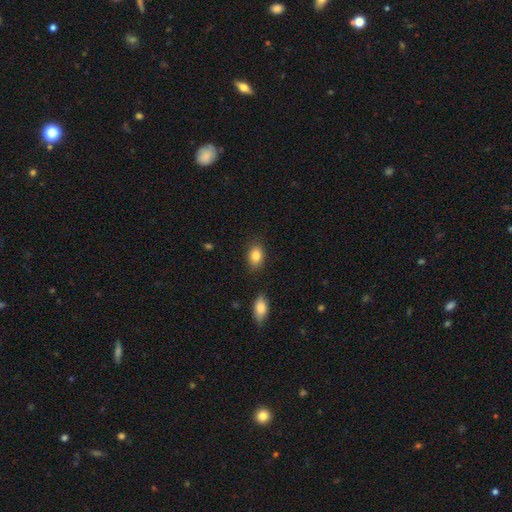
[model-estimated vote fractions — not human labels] smooth_or_featured: smooth (p=0.85) [alt: star or artifact p=0.08]
how_rounded: in between (p=0.79) [alt: round p=0.19]
merging: none (p=0.84) [alt: minor disturbance p=0.10]